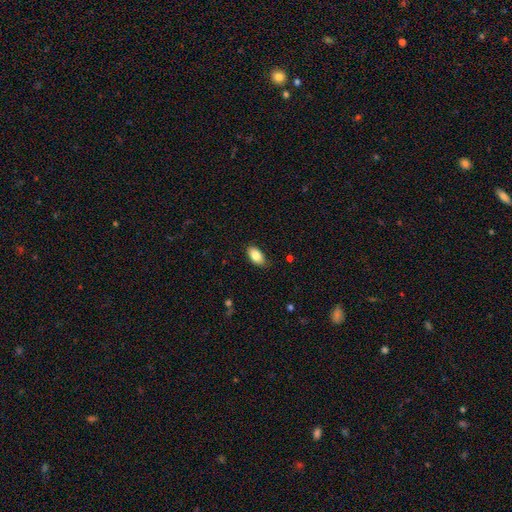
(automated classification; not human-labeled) A smooth galaxy with no disk features (87%) that is in between round and cigar-shaped (94%). Merging: none (84%).